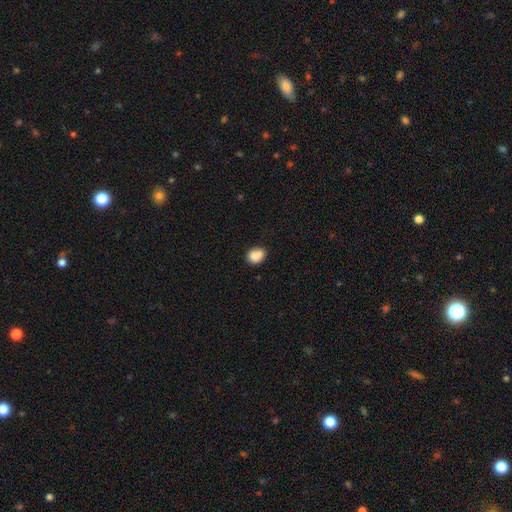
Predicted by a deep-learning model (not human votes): Smooth or featured? smooth (83%)
How rounded? round (54%)
Merging? none (58%)